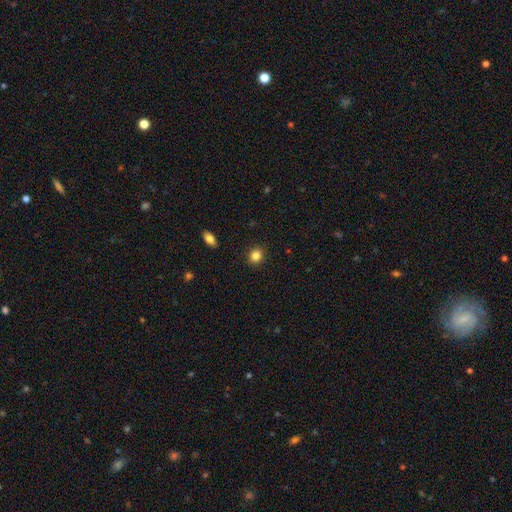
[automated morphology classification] Smooth or featured: smooth — 84% (star or artifact — 11%)
How rounded: round — 80% (in between — 19%)
Merging: none — 89% (minor disturbance — 8%)